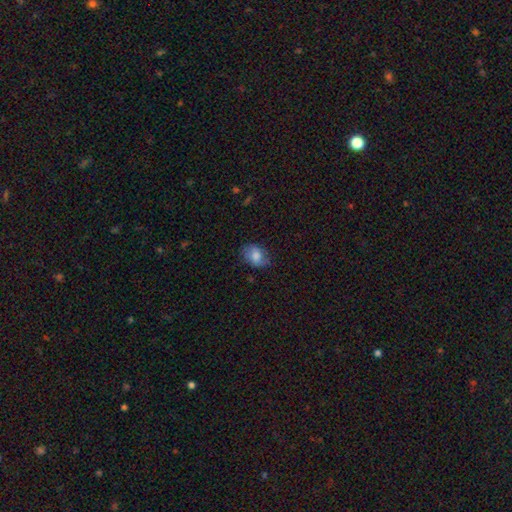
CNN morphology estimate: Smooth or featured?
  - smooth: 75% *
  - featured or disk: 17%
  - star or artifact: 8%
How rounded?
  - in between: 77% *
  - round: 22%
  - cigar-shaped: 1%
Merging?
  - none: 74% *
  - minor disturbance: 20%
  - major disturbance: 5%
  - merger: 1%